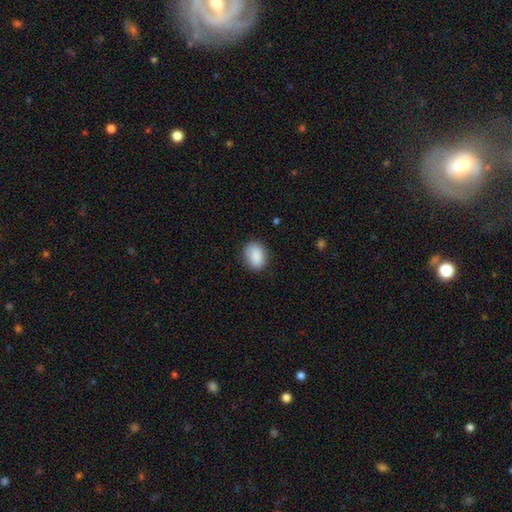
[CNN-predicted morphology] This appears to be a smooth galaxy with no disk features (89%) that is in between round and cigar-shaped (73%). Merging: none (86%).